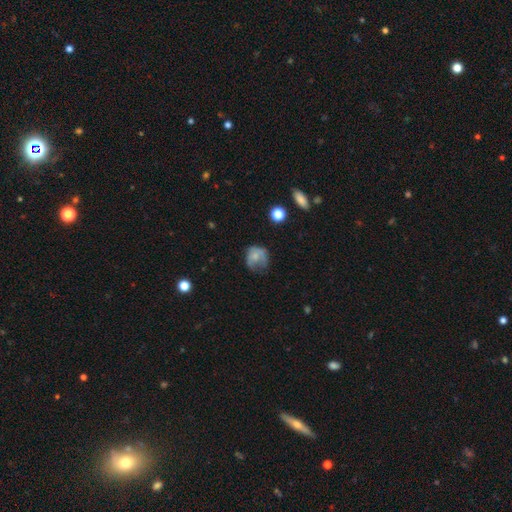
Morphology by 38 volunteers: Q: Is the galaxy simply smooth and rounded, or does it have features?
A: smooth — 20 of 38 (53%).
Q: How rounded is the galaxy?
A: round — 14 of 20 (70%).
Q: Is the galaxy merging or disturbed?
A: none — 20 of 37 (54%).